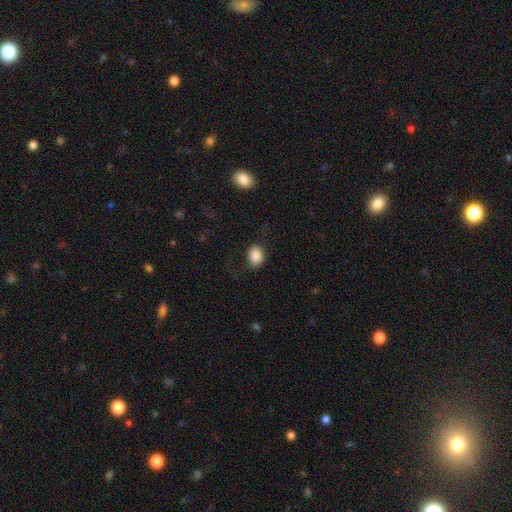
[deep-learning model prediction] Smooth or featured? smooth (87%)
How rounded? in between (59%)
Merging? none (76%)